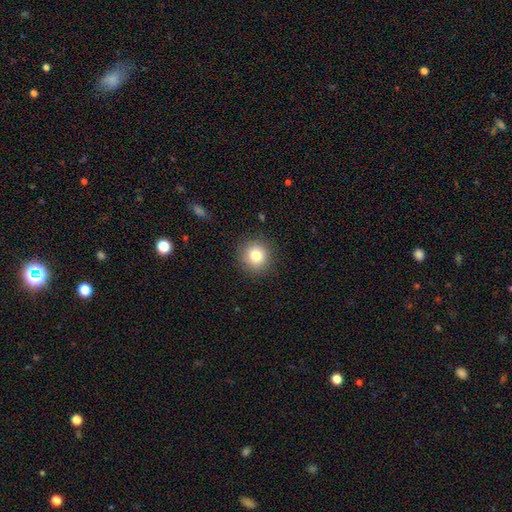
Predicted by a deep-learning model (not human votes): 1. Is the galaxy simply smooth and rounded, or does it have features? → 82% smooth, 10% star or artifact, 8% featured or disk.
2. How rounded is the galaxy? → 91% round, 8% in between, 1% cigar-shaped.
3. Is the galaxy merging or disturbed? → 88% none, 8% minor disturbance, 3% major disturbance, 1% merger.